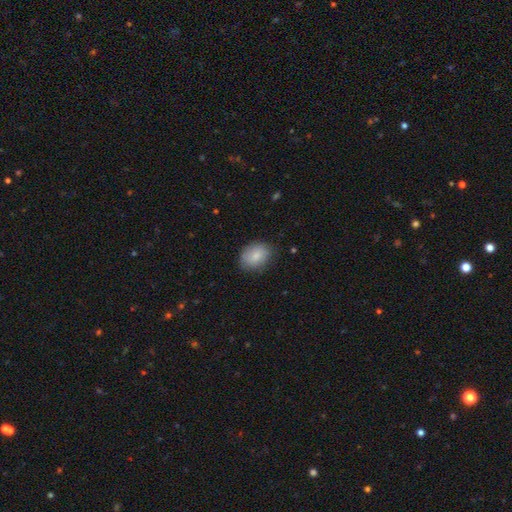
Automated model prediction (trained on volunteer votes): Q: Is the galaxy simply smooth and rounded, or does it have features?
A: smooth — 84%.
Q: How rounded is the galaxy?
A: in between — 61%.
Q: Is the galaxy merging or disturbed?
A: none — 79%.